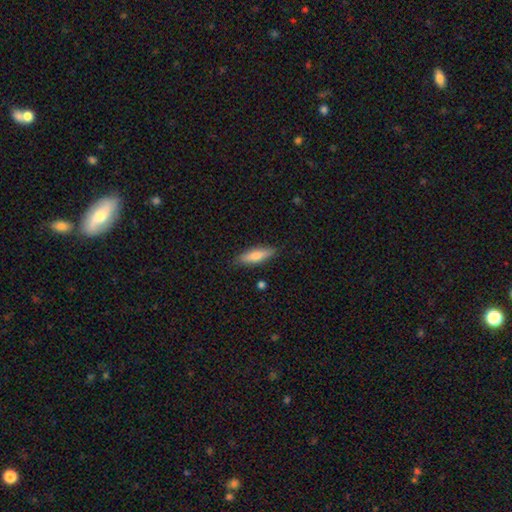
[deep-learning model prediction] Smooth or featured? Predicted: smooth (p=0.67). How rounded? Predicted: cigar-shaped (p=0.61). Merging? Predicted: none (p=0.86).